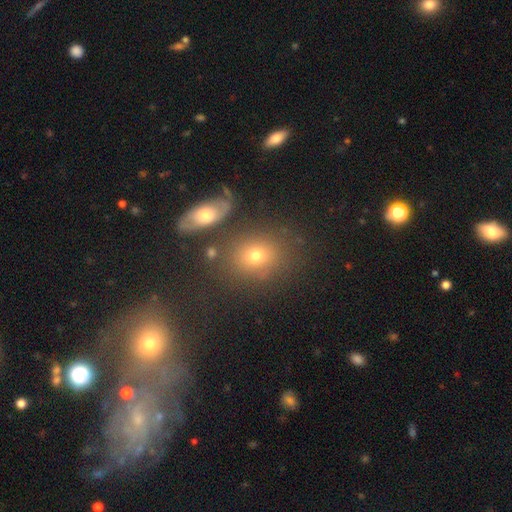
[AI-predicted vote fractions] Smooth or featured: smooth — 67% (featured or disk — 17%)
How rounded: round — 57% (in between — 41%)
Merging: none — 73% (minor disturbance — 13%)